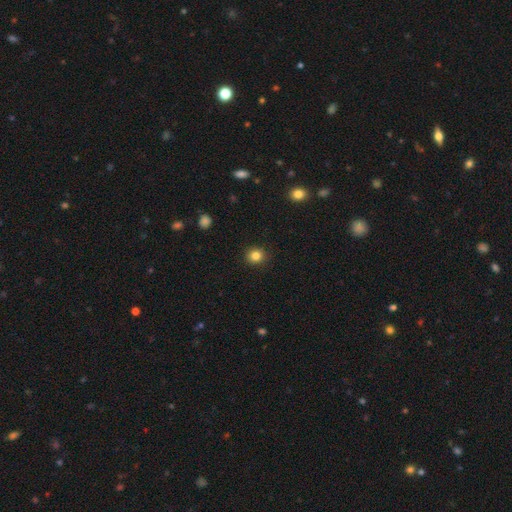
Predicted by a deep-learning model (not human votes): smooth-or-featured: smooth: 84% | star or artifact: 11% | featured or disk: 5%
  how-rounded: round: 85% | in between: 14% | cigar-shaped: 1%
  merging: none: 91% | minor disturbance: 6% | major disturbance: 2% | merger: 1%